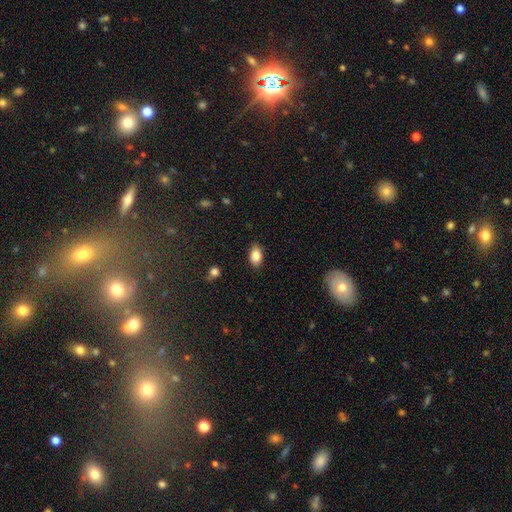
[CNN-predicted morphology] type=smooth (85%); roundness=in between (89%); merging=none (85%).